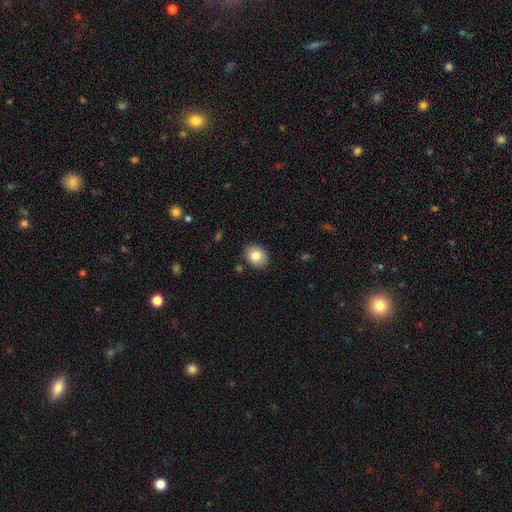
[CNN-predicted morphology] Smooth or featured? smooth (80%)
How rounded? in between (51%)
Merging? none (88%)